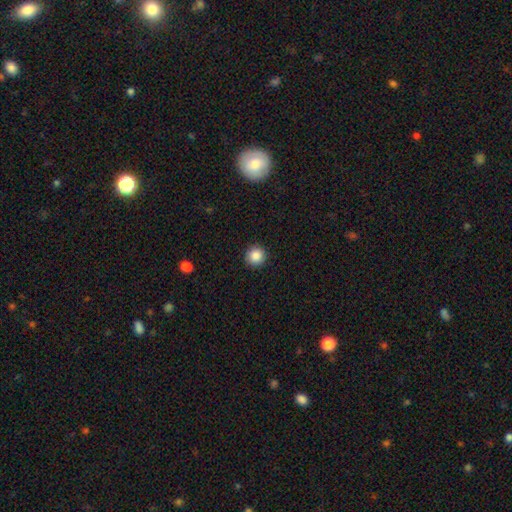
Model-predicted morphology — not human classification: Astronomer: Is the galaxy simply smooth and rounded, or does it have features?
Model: smooth — 87%.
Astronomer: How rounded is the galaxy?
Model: round — 94%.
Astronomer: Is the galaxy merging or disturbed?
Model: none — 92%.